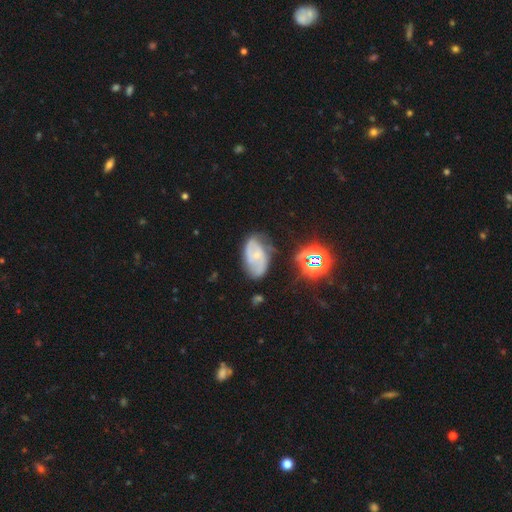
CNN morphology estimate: Smooth or featured? featured or disk (63%)
Edge-on disk? no (96%)
Bar? no (60%)
Spiral arms? yes (83%)
Spiral winding? medium (43%)
Spiral arm count? 2 (59%)
Bulge size? small (70%)
Merging? none (56%)